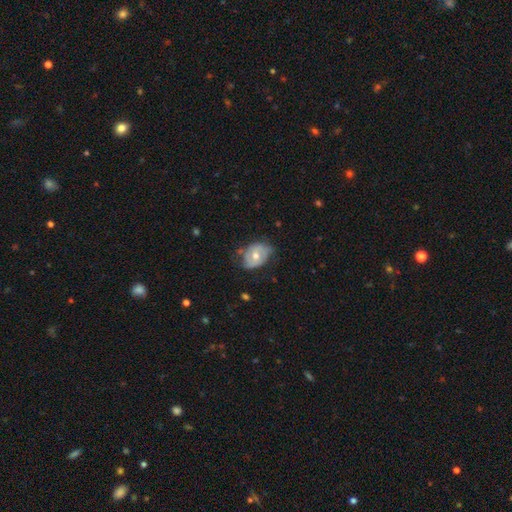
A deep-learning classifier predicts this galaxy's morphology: Overall: smooth (50%; featured or disk 43%). How rounded: in between (74%). Merging: none (57%; minor disturbance 32%).